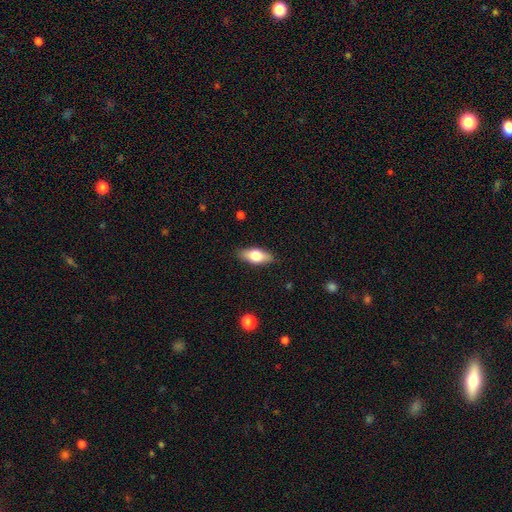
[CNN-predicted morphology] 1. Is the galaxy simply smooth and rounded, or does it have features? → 68% smooth, 25% featured or disk, 7% star or artifact.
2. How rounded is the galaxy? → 80% in between, 16% cigar-shaped, 4% round.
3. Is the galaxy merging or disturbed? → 86% none, 10% minor disturbance, 2% major disturbance, 1% merger.